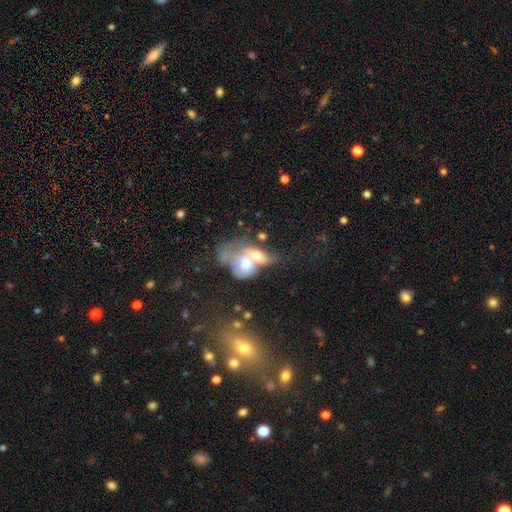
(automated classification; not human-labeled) The model was most divided on "smooth or featured": smooth: 52%, featured or disk: 38%, star or artifact: 10%. More confident: merging — merger (79%); how rounded — in between (65%).